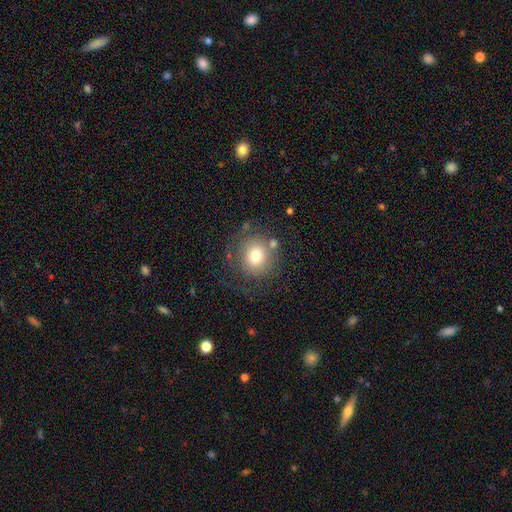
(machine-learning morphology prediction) Q: Smooth or featured?
A: smooth (72%); runner-up: featured or disk (17%)
Q: How rounded?
A: round (86%); runner-up: in between (13%)
Q: Merging?
A: none (69%); runner-up: minor disturbance (15%)